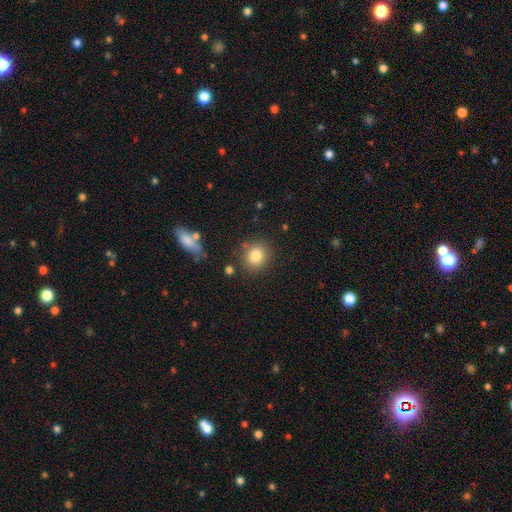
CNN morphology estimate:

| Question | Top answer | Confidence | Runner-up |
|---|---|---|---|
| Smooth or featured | smooth | 83% | star or artifact (10%) |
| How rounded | round | 76% | in between (22%) |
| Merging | none | 82% | minor disturbance (10%) |